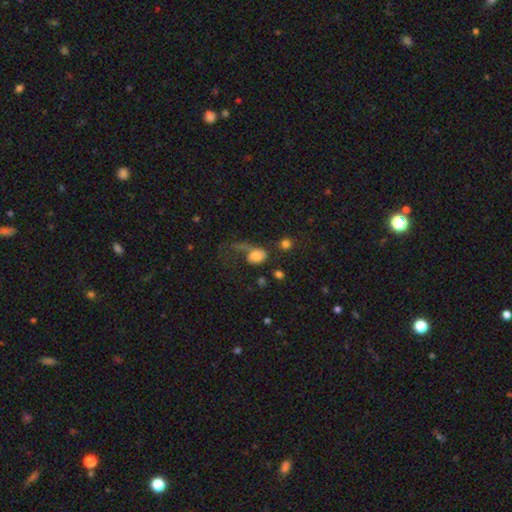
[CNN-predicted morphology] This appears to be a smooth galaxy with no disk features (63%) that is in between round and cigar-shaped (60%). Merging: major disturbance (55%).